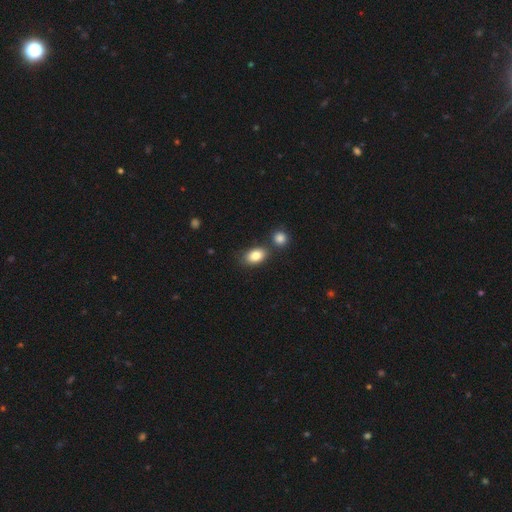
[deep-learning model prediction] smooth 85%, star or artifact 8%, featured or disk 7%. Down the decision tree: how rounded — in between (87%); merging — none (69%).